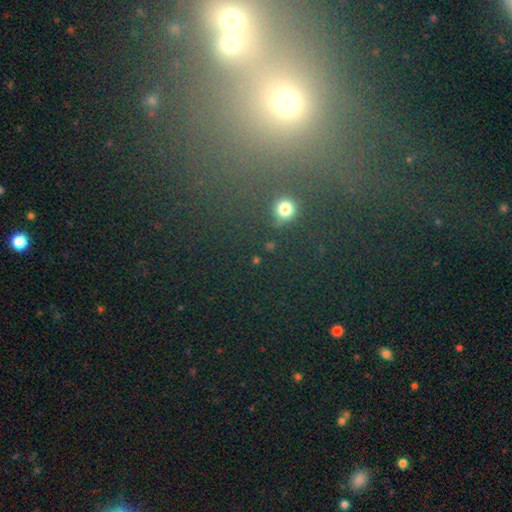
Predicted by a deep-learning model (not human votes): smooth-or-featured: star or artifact: 58% | smooth: 31% | featured or disk: 11%